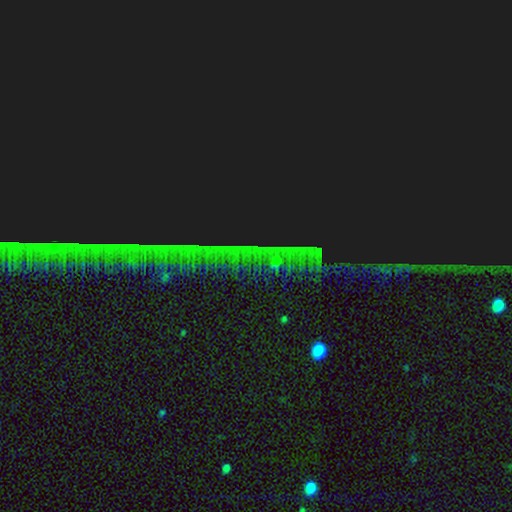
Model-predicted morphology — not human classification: Smooth or featured? Predicted: star or artifact (p=0.86).